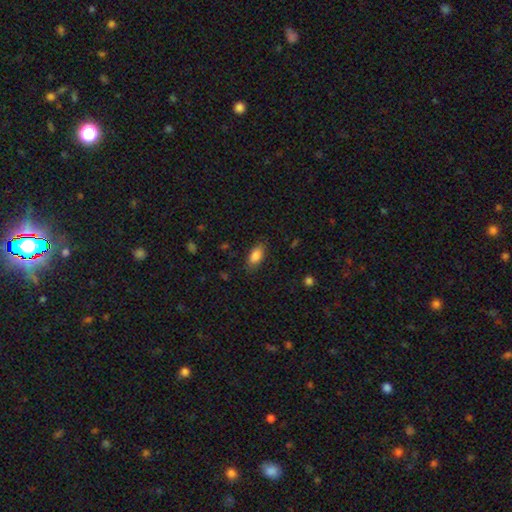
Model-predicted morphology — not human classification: Smooth or featured? Predicted: smooth (p=0.85). How rounded? Predicted: in between (p=0.89). Merging? Predicted: none (p=0.83).